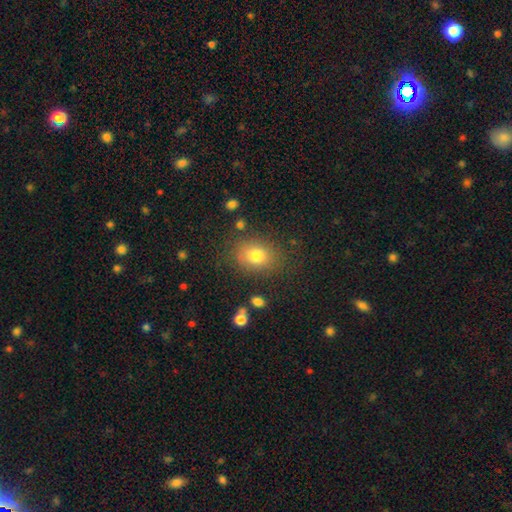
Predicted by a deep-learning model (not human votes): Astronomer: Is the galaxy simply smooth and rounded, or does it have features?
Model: smooth — 78%.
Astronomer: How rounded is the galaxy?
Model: in between — 53% (runner-up: round, 46%).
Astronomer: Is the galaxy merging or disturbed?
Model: none — 79%.